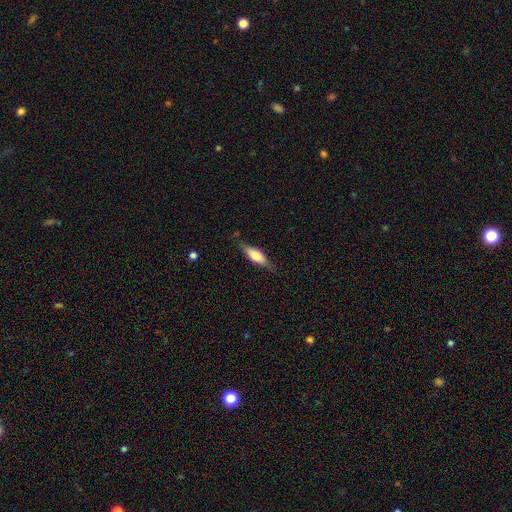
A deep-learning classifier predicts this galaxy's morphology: Q: Smooth or featured?
A: smooth (57%); runner-up: featured or disk (37%)
Q: How rounded?
A: in between (49%); tied with: cigar-shaped (49%)
Q: Merging?
A: none (77%); runner-up: minor disturbance (17%)